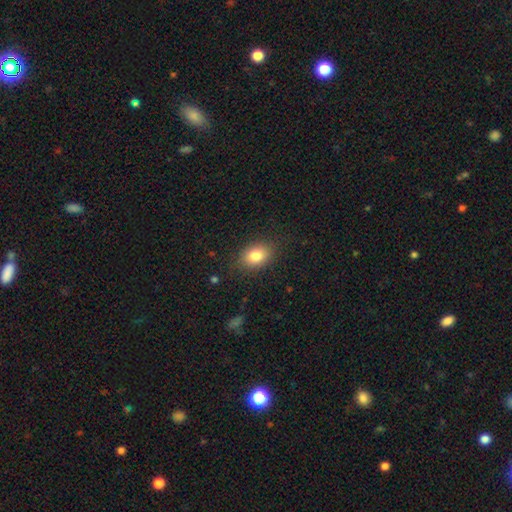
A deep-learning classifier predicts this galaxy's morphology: smooth 82%, featured or disk 9%, star or artifact 9%. Down the decision tree: how rounded — in between (74%); merging — none (84%).